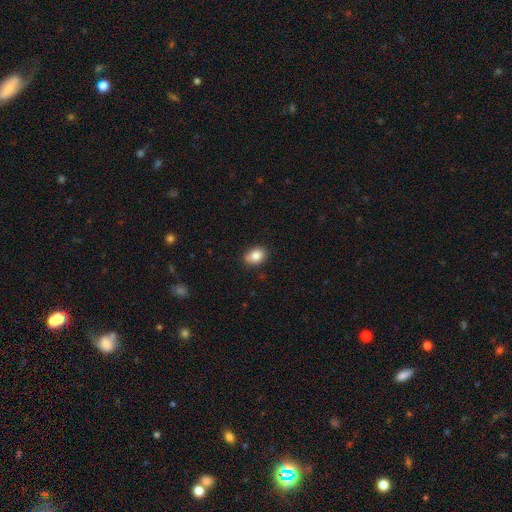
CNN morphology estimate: This is clearly a smooth galaxy (86%). How rounded: likely in between (72%). Merging: clearly none (83%).